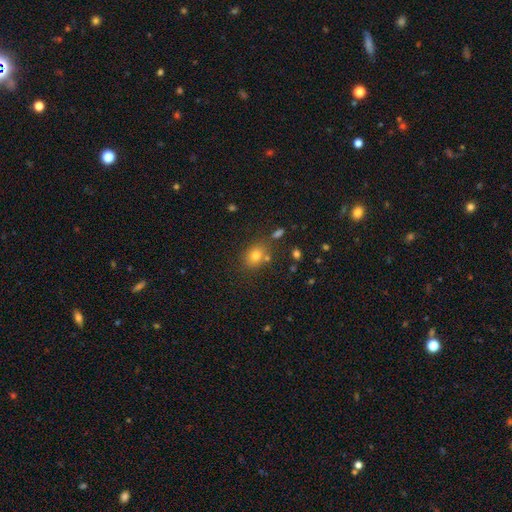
A smooth galaxy with no disk features (75%) that is in between round and cigar-shaped (67%).

Vote fractions:
- Smooth or featured? smooth: 75% / featured or disk: 12% / star or artifact: 12%
- How rounded? in between: 67% / round: 33% / cigar-shaped: 0%
- Merging? none: 83% / minor disturbance: 9% / merger: 9% / major disturbance: 0%